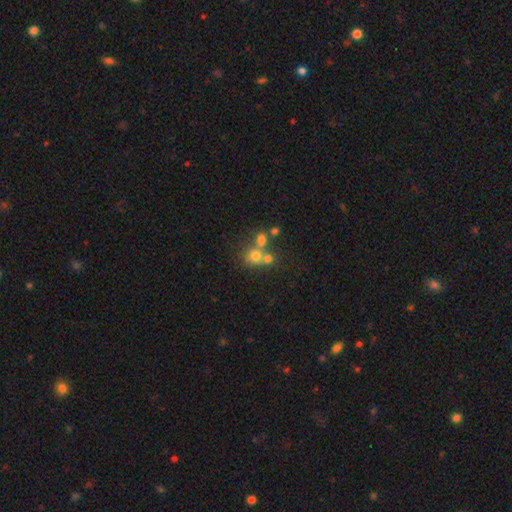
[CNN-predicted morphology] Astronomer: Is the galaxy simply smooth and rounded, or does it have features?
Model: smooth — 67%.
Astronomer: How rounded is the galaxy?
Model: round — 81%.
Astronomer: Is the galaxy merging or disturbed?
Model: merger — 46% (runner-up: none, 42%).